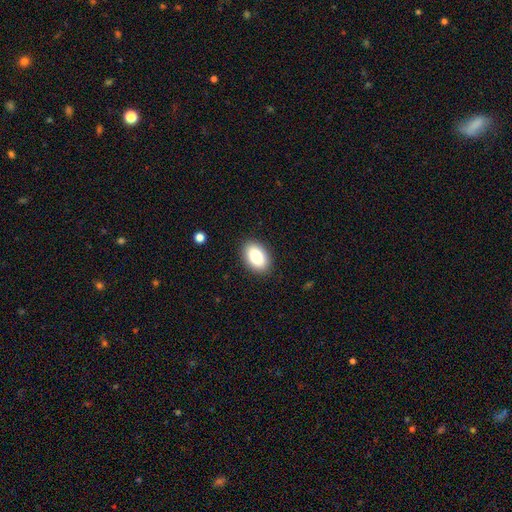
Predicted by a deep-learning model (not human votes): This is clearly a smooth galaxy (82%). How rounded: clearly in between (87%). Merging: clearly none (89%).